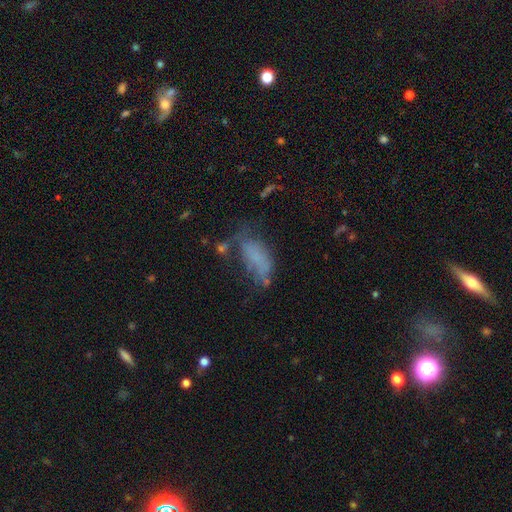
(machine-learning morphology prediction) Q: Smooth or featured?
A: smooth (57%); runner-up: featured or disk (24%)
Q: How rounded?
A: in between (82%); runner-up: cigar-shaped (14%)
Q: Merging?
A: none (35%); runner-up: major disturbance (30%)